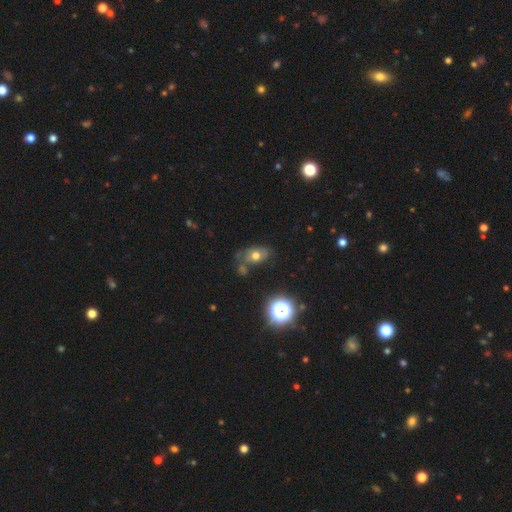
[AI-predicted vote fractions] A smooth galaxy with no disk features (55%) that is in between round and cigar-shaped (74%).

Vote fractions:
- Smooth or featured? smooth: 55% / featured or disk: 27% / star or artifact: 18%
- How rounded? in between: 74% / round: 24% / cigar-shaped: 2%
- Merging? none: 54% / minor disturbance: 24% / merger: 11% / major disturbance: 11%